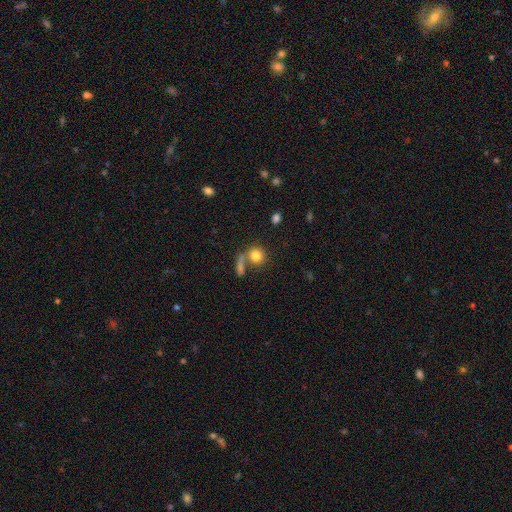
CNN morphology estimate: type=smooth (80%); roundness=round (83%); merging=none (57%).